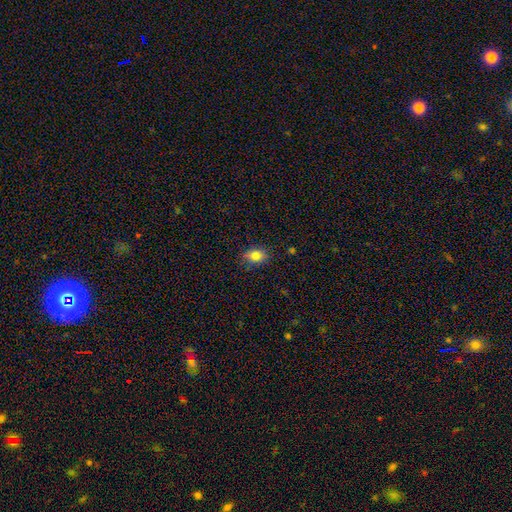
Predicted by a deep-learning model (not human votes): Smooth or featured? smooth (80%)
How rounded? in between (63%)
Merging? none (83%)